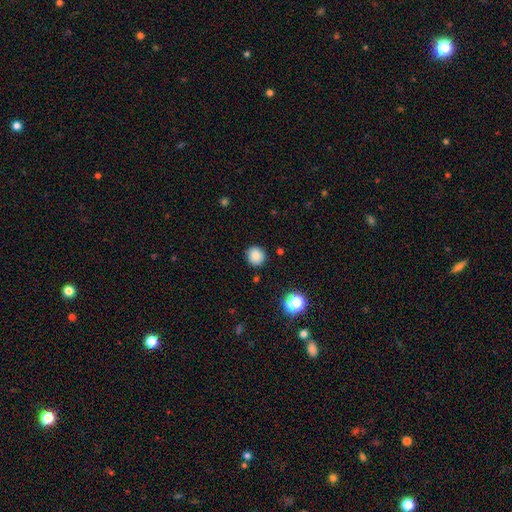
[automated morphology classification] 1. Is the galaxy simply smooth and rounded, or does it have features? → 84% smooth, 12% star or artifact, 5% featured or disk.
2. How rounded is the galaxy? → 91% round, 8% in between, 1% cigar-shaped.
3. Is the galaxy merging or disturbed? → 87% none, 9% minor disturbance, 2% major disturbance, 2% merger.